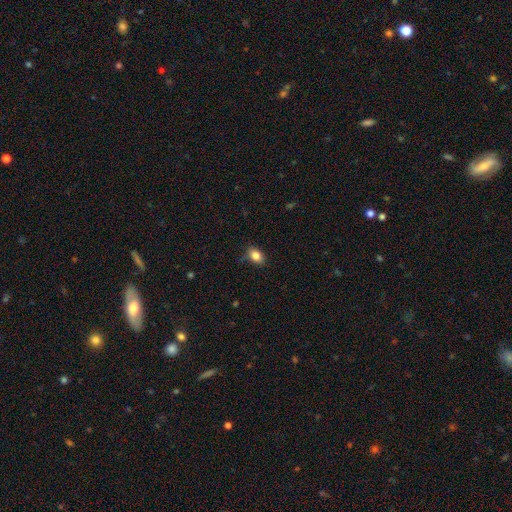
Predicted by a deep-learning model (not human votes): Smooth or featured?
  - smooth: 84% *
  - star or artifact: 9%
  - featured or disk: 6%
How rounded?
  - in between: 78% *
  - round: 20%
  - cigar-shaped: 2%
Merging?
  - none: 77% *
  - minor disturbance: 18%
  - major disturbance: 4%
  - merger: 1%